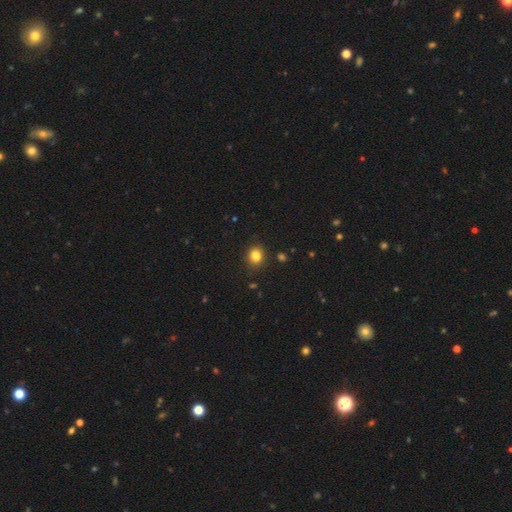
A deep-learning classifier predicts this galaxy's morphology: This appears to be a smooth galaxy with no disk features (83%) that is round (70%). Merging: none (86%).